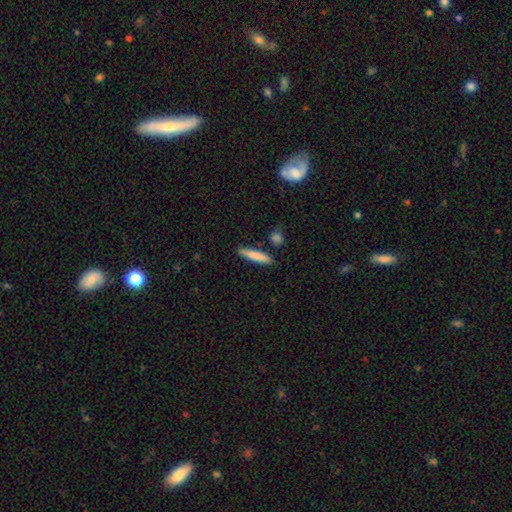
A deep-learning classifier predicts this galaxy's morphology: Q: Smooth or featured?
A: smooth (80%); runner-up: featured or disk (14%)
Q: How rounded?
A: cigar-shaped (88%); runner-up: in between (10%)
Q: Merging?
A: none (85%); runner-up: minor disturbance (9%)